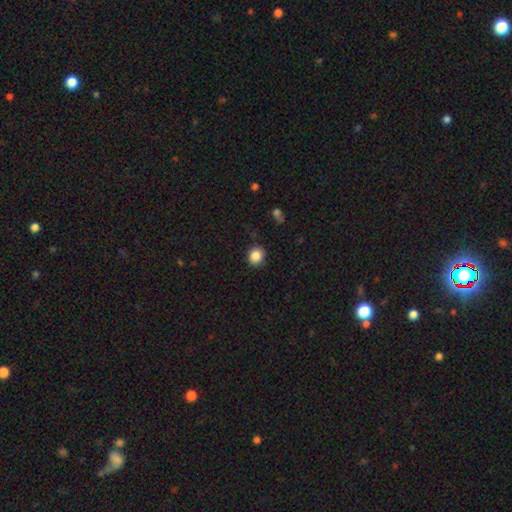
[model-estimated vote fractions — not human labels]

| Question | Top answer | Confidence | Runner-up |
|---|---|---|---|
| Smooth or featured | smooth | 86% | star or artifact (10%) |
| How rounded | round | 76% | in between (23%) |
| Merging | none | 88% | minor disturbance (9%) |